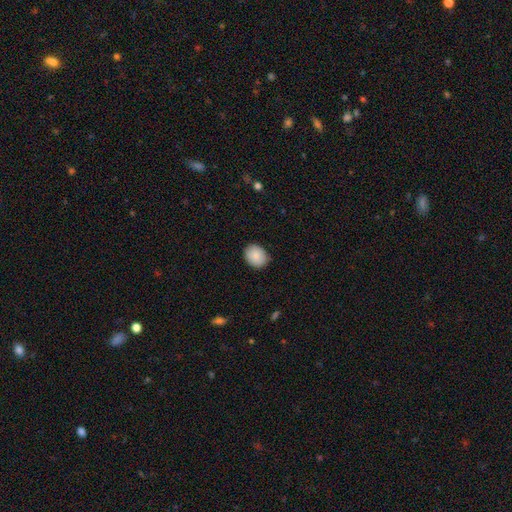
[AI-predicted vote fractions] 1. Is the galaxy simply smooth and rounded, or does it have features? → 86% smooth, 7% star or artifact, 7% featured or disk.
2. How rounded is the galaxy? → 52% in between, 48% round, 1% cigar-shaped.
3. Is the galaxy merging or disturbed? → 85% none, 12% minor disturbance, 2% major disturbance, 1% merger.